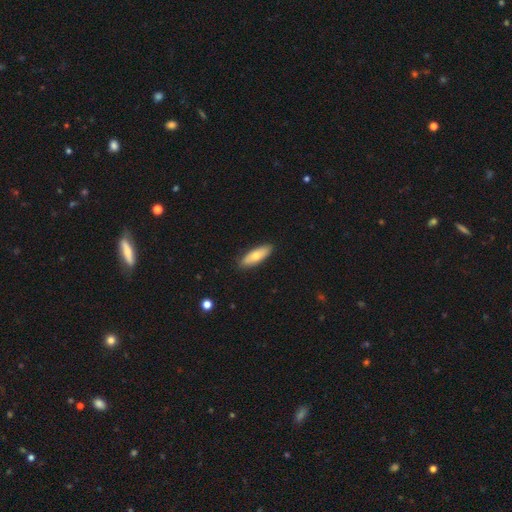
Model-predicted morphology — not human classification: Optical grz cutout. It shows a smooth galaxy with no disk features (71%) that is in between round and cigar-shaped (61%). Merging: none (87%).